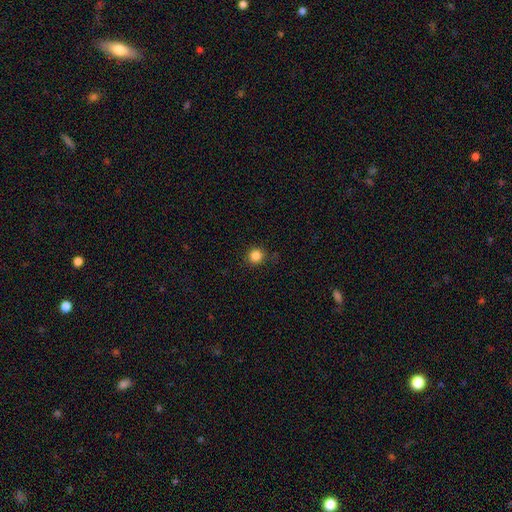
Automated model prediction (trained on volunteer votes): Q: Smooth or featured?
A: smooth (85%); runner-up: star or artifact (12%)
Q: How rounded?
A: round (93%); runner-up: in between (6%)
Q: Merging?
A: none (89%); runner-up: minor disturbance (7%)